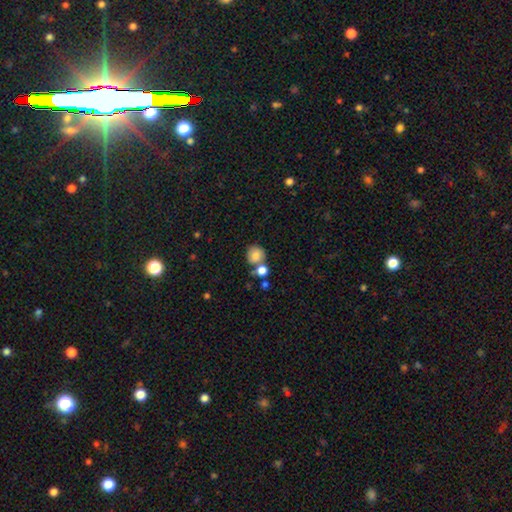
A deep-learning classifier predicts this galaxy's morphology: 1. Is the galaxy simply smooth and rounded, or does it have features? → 83% smooth, 9% star or artifact, 8% featured or disk.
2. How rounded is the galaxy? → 86% round, 13% in between, 1% cigar-shaped.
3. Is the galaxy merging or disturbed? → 57% none, 27% merger, 12% minor disturbance, 5% major disturbance.